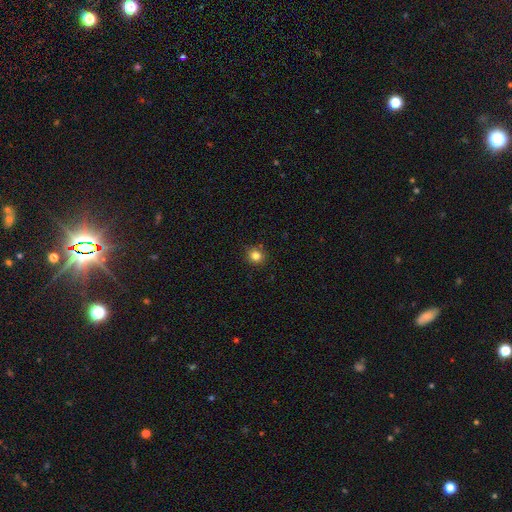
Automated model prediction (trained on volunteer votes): smooth_or_featured: smooth (p=0.82) [alt: star or artifact p=0.13]
how_rounded: round (p=0.86) [alt: in between p=0.13]
merging: none (p=0.87) [alt: minor disturbance p=0.09]